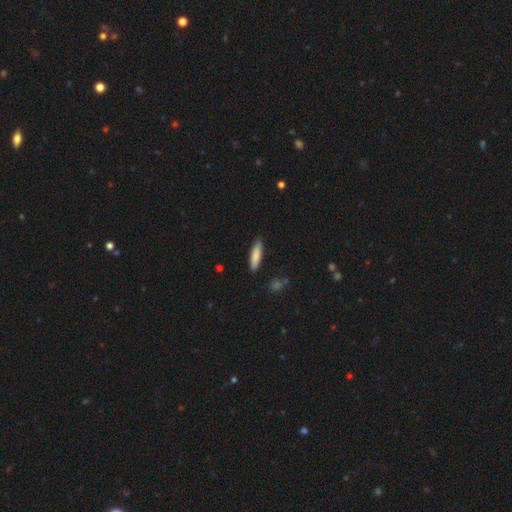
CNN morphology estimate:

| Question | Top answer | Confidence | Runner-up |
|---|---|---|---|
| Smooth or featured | smooth | 83% | featured or disk (11%) |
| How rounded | cigar-shaped | 74% | in between (24%) |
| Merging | none | 86% | minor disturbance (11%) |